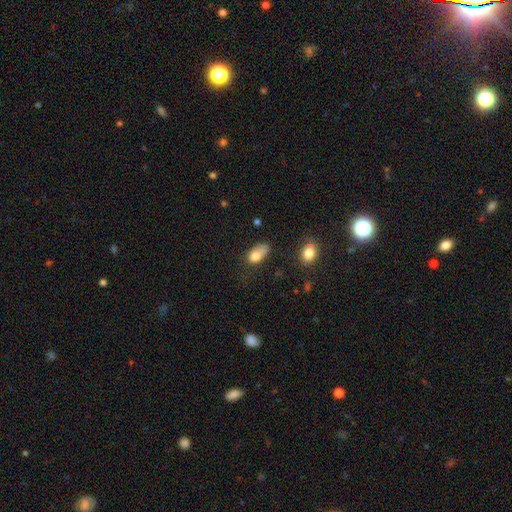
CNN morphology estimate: This is likely a smooth galaxy (76%). How rounded: clearly in between (84%). Merging: marginally minor disturbance (34%).